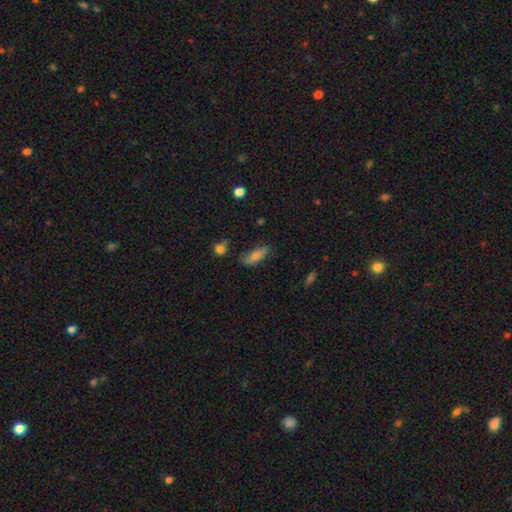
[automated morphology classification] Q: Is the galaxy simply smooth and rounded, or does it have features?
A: smooth — 63%.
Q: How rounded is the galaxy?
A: in between — 58%.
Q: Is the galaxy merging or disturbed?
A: none — 66%.